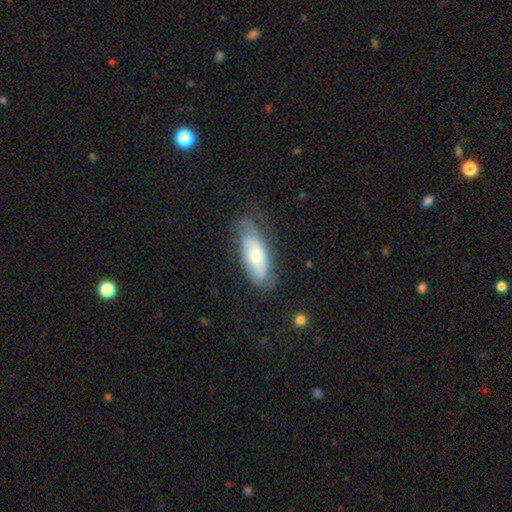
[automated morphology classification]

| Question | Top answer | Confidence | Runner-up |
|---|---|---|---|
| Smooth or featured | featured or disk | 54% | smooth (38%) |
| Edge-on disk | no | 82% | yes (18%) |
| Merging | none | 65% | minor disturbance (24%) |